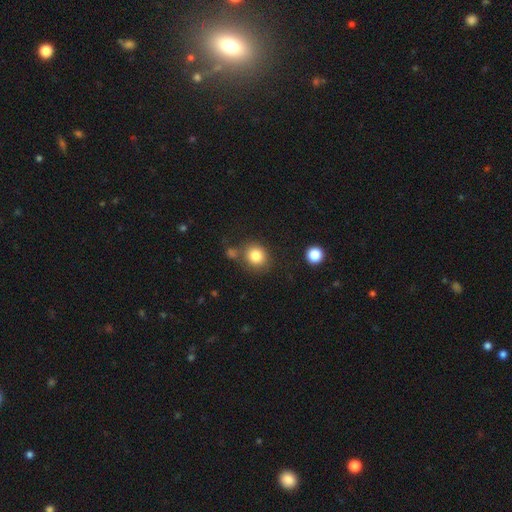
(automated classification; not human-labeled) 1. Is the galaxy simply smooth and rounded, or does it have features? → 82% smooth, 10% star or artifact, 7% featured or disk.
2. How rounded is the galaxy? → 81% round, 18% in between, 1% cigar-shaped.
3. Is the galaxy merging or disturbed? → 71% none, 13% merger, 12% minor disturbance, 5% major disturbance.